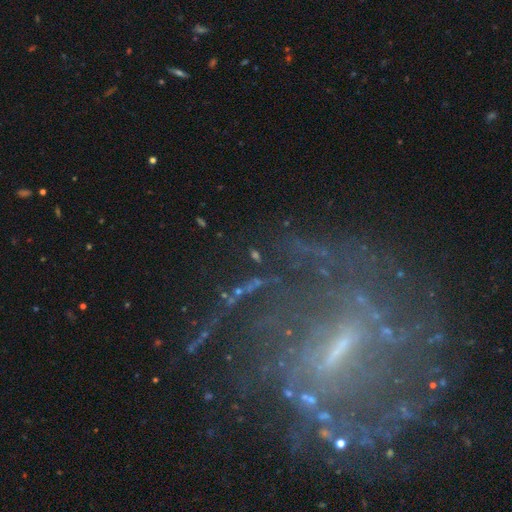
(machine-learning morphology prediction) smooth-or-featured: star or artifact: 44% | featured or disk: 29% | smooth: 27%